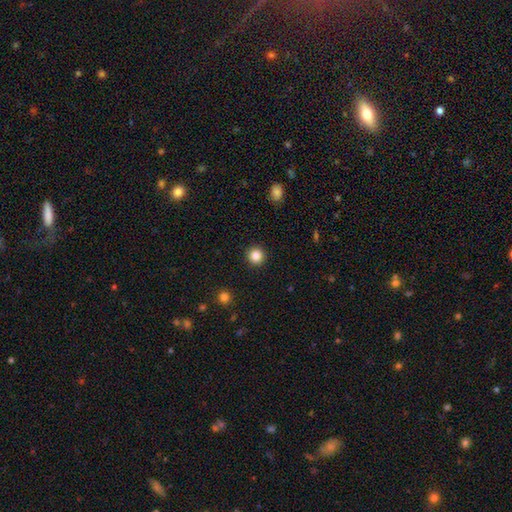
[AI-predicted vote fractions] Smooth or featured: smooth — 85% (star or artifact — 11%)
How rounded: round — 95% (in between — 4%)
Merging: none — 93% (minor disturbance — 5%)